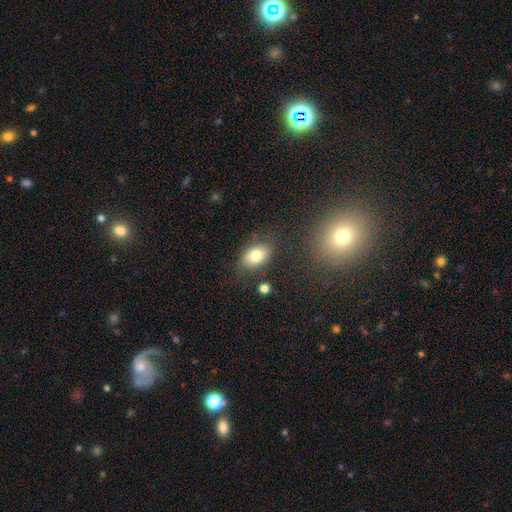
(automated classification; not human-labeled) Smooth or featured? Predicted: smooth (p=0.79). How rounded? Predicted: in between (p=0.84). Merging? Predicted: none (p=0.76).